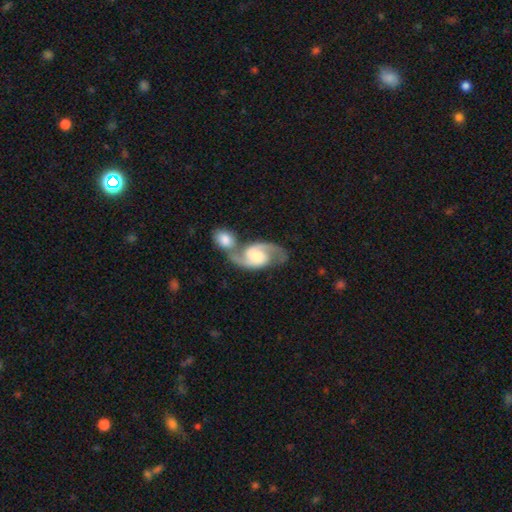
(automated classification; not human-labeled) smooth_or_featured: featured or disk (p=0.85) [alt: smooth p=0.11]
disk_edge_on: no (p=0.97) [alt: yes p=0.03]
bar: weak (p=0.45) [alt: no p=0.35]
has_spiral_arms: yes (p=0.96) [alt: no p=0.04]
spiral_winding: medium (p=0.55) [alt: loose p=0.30]
spiral_arm_count: 2 (p=0.92) [alt: can't tell p=0.03]
bulge_size: moderate (p=0.38) [alt: large p=0.25]
merging: merger (p=0.61) [alt: none p=0.26]